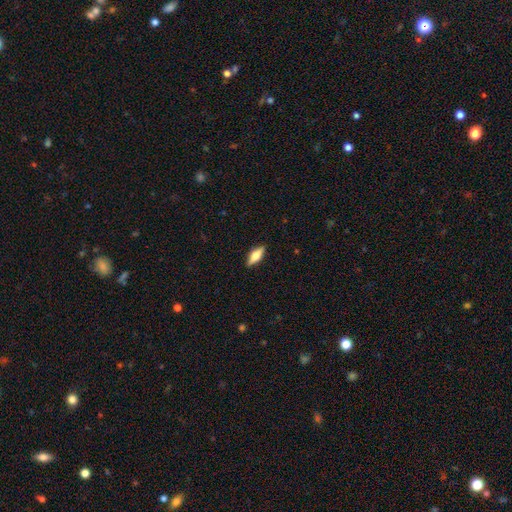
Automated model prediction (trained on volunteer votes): Q: Smooth or featured?
A: smooth (53%); runner-up: featured or disk (40%)
Q: How rounded?
A: in between (63%); runner-up: cigar-shaped (34%)
Q: Merging?
A: none (88%); runner-up: minor disturbance (9%)